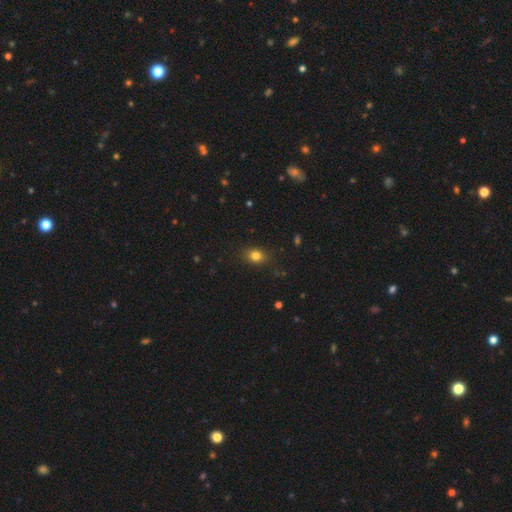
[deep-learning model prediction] smooth_or_featured: smooth (p=0.80) [alt: star or artifact p=0.13]
how_rounded: in between (p=0.53) [alt: round p=0.45]
merging: none (p=0.84) [alt: minor disturbance p=0.12]